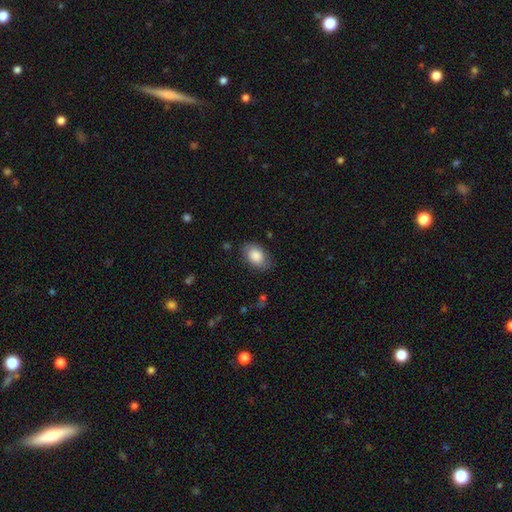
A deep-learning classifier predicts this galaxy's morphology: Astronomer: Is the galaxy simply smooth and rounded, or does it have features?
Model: smooth — 84%.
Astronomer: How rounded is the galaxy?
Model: in between — 87%.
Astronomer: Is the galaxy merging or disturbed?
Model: none — 76%.